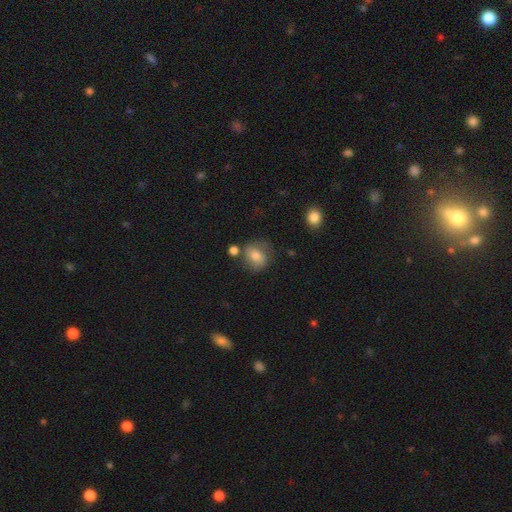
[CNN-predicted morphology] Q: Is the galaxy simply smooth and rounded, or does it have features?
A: smooth — 70%.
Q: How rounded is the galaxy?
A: round — 63%.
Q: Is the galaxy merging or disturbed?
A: none — 58%.